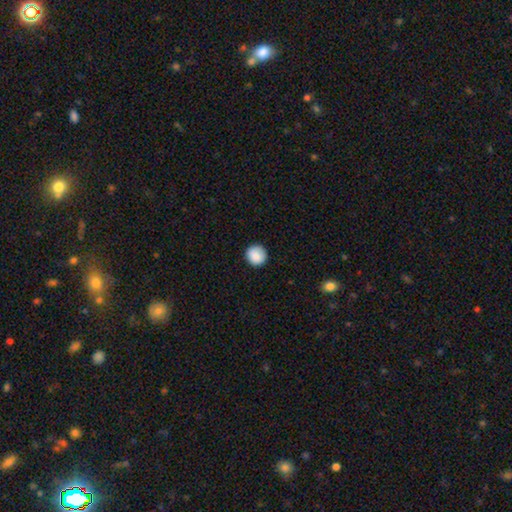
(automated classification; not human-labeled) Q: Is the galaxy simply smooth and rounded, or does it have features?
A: smooth — 89%.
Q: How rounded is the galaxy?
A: round — 95%.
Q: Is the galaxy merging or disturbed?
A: none — 90%.